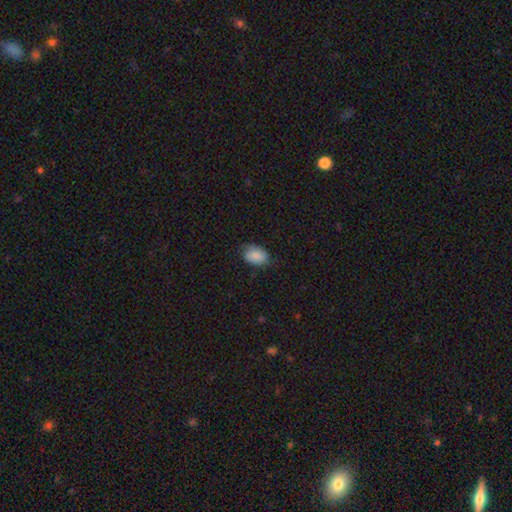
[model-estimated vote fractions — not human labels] Smooth or featured? Predicted: smooth (p=0.84). How rounded? Predicted: in between (p=0.83). Merging? Predicted: none (p=0.67).